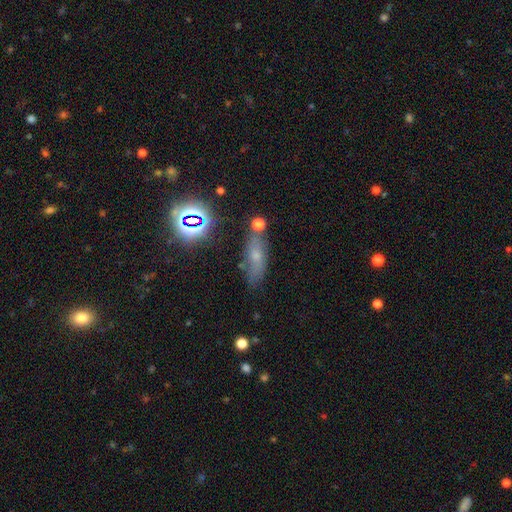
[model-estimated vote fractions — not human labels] This appears to be a smooth galaxy with no disk features (48%). Merging: none (69%).